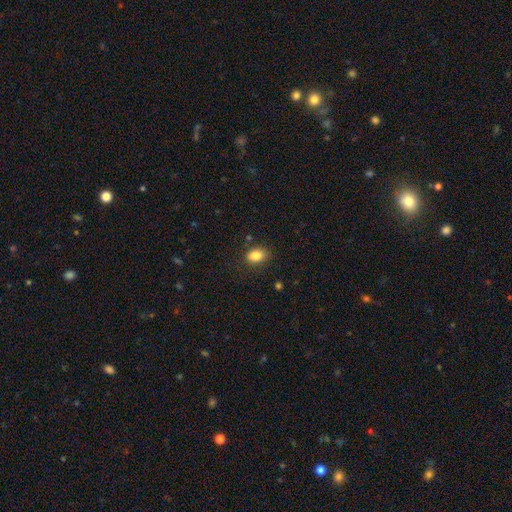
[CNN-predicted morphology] type=smooth (85%); roundness=in between (76%); merging=none (82%).